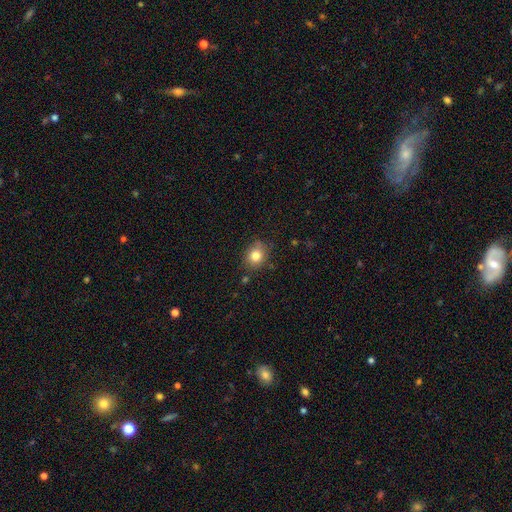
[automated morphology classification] Smooth or featured? smooth (81%)
How rounded? round (59%)
Merging? none (79%)